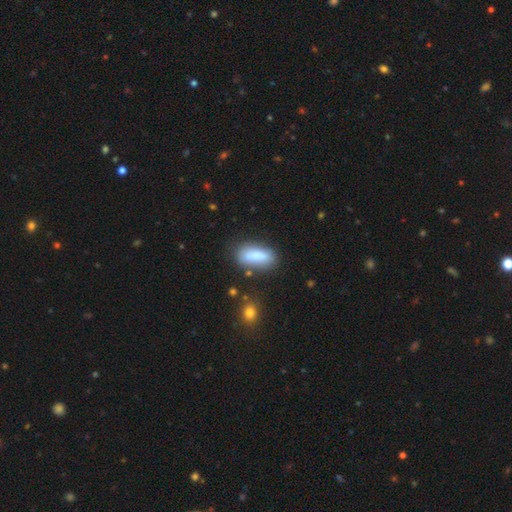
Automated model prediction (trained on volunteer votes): A smooth galaxy with no disk features (82%) that is in between round and cigar-shaped (78%).

Vote fractions:
- Smooth or featured? smooth: 82% / featured or disk: 11% / star or artifact: 7%
- How rounded? in between: 78% / cigar-shaped: 19% / round: 3%
- Merging? none: 71% / minor disturbance: 18% / major disturbance: 6% / merger: 5%